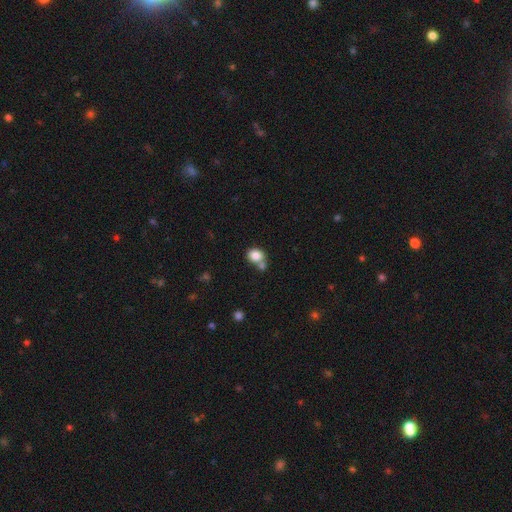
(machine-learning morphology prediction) smooth 83%, star or artifact 10%, featured or disk 7%. Down the decision tree: how rounded — round (65%); merging — none (52%).